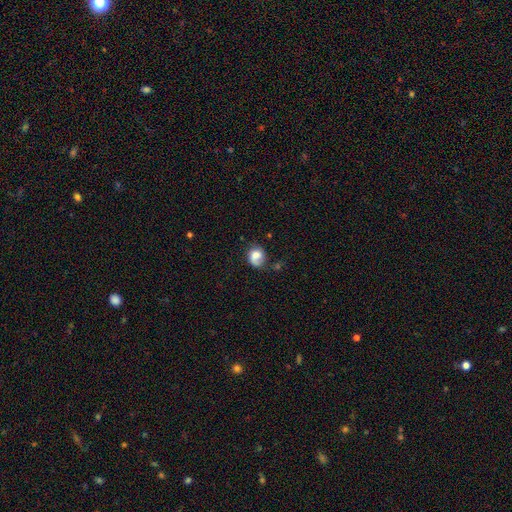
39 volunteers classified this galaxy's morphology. smooth-or-featured: featured or disk: 56% | smooth: 38% | star or artifact: 5%
  disk-edge-on: no: 100% | yes: 0%
    bar: no: 68% | weak: 27% | strong: 5%
    has-spiral-arms: yes: 91% | no: 9%
      spiral-winding: loose: 40% | medium: 35% | tight: 25%
      spiral-arm-count: 1: 85% | 2: 10% | can't tell: 5% | 3: 0% | 4: 0% | more than 4: 0%
    bulge-size: large: 50% | moderate: 32% | dominant: 18% | small: 0% | none: 0%
  merging: none: 32% (tied) | major disturbance: 32% (tied) | minor disturbance: 30% | merger: 5%